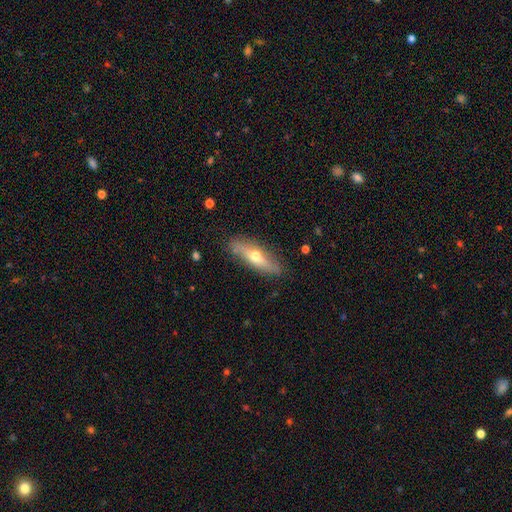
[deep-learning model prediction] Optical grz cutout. It shows a smooth galaxy with no disk features (47%, tied with featured or disk). Merging: none (83%).